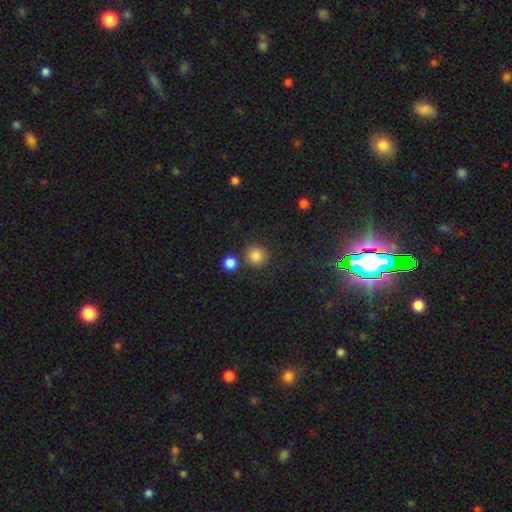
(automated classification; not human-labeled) A smooth galaxy with no disk features (84%) that is round (92%). Merging: none (80%).